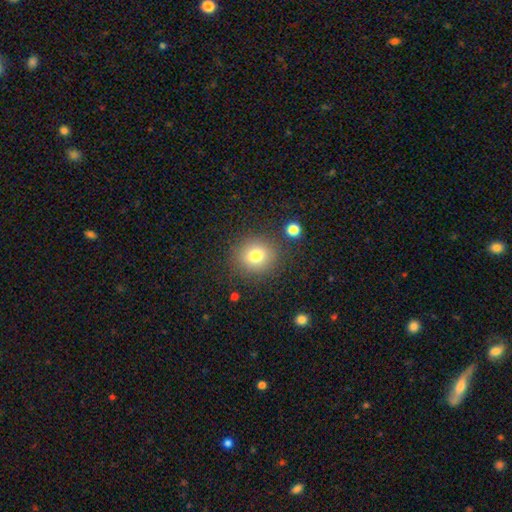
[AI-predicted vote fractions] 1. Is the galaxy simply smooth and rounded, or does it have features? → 77% smooth, 13% star or artifact, 10% featured or disk.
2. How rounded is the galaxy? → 83% round, 16% in between, 1% cigar-shaped.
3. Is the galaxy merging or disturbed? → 84% none, 9% minor disturbance, 4% major disturbance, 3% merger.